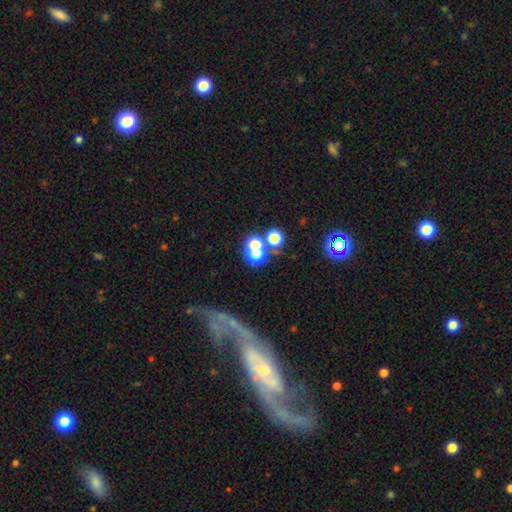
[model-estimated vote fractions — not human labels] smooth-or-featured: featured or disk: 79% | star or artifact: 11% | smooth: 10%
  disk-edge-on: no: 88% | yes: 12%
    bar: no: 38% | weak: 37% | strong: 25%
    has-spiral-arms: yes: 92% | no: 8%
      spiral-winding: loose: 57% | medium: 31% | tight: 12%
      spiral-arm-count: 2: 86% | can't tell: 4% | 1: 4% | 3: 2% | 4: 2% | more than 4: 2%
    bulge-size: small: 69% | moderate: 18% | none: 7% | large: 3% | dominant: 2%
  merging: none: 64% | minor disturbance: 15% | major disturbance: 14% | merger: 8%